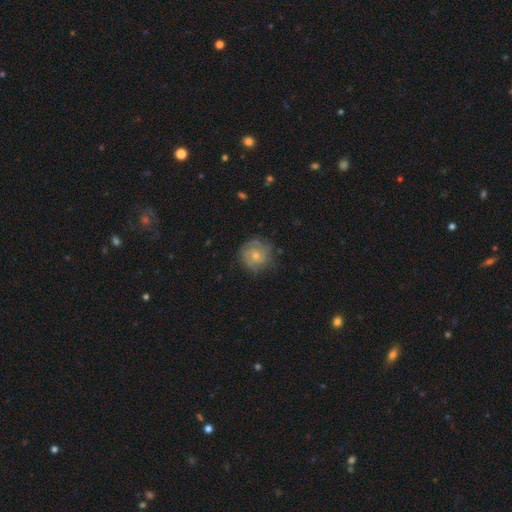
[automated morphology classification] This is likely a featured or disk galaxy (68%). It is clearly not viewed edge-on (98%). Bar: likely no (75%). Spiral arm pattern: clearly yes (90%). Spiral arm count: marginally can't tell (32%). Spiral winding: likely tight (63%). Central bulge: possibly small (50%). Merging: likely none (75%).